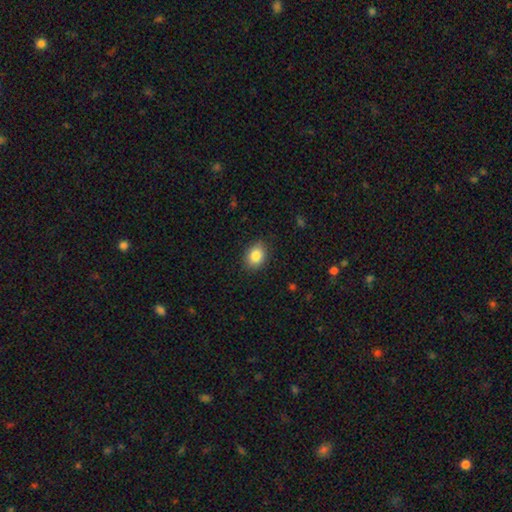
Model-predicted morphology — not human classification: smooth 85%, star or artifact 8%, featured or disk 6%. Down the decision tree: how rounded — in between (64%); merging — none (87%).